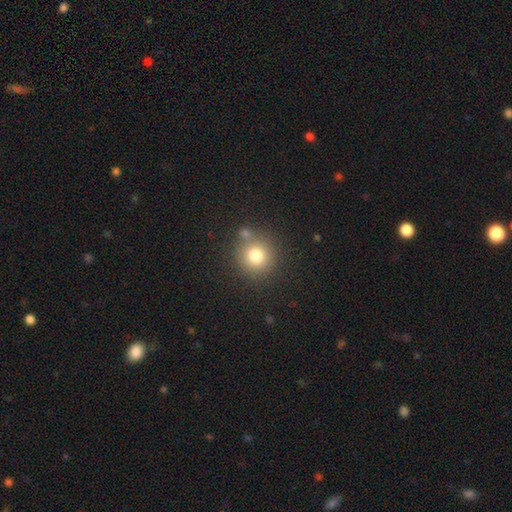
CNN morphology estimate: type=smooth (77%); roundness=round (93%); merging=none (76%).